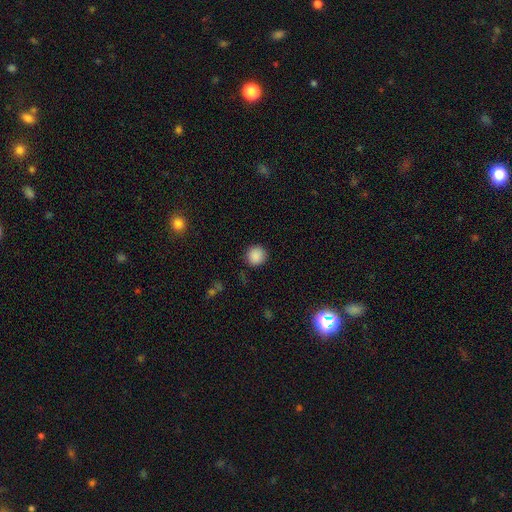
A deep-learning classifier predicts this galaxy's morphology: This appears to be a smooth galaxy with no disk features (87%) that is round (94%). Merging: none (89%).